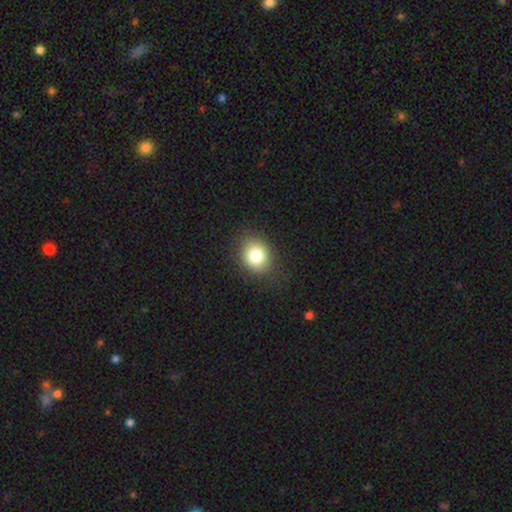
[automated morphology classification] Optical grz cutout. It shows a smooth galaxy with no disk features (82%) that is round (64%). Merging: none (84%).